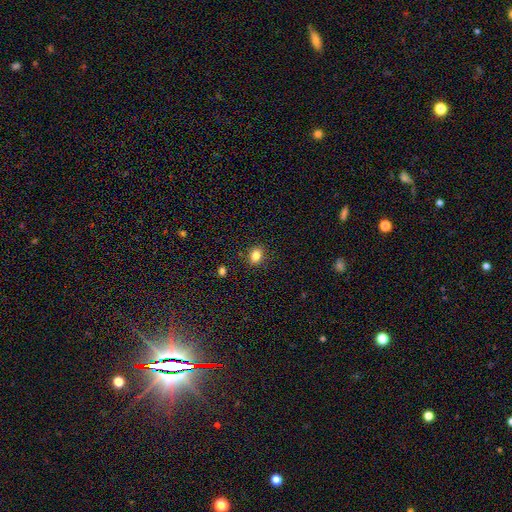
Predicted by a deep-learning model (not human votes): smooth-or-featured: smooth: 82% | star or artifact: 11% | featured or disk: 6%
  how-rounded: in between: 61% | round: 38% | cigar-shaped: 1%
  merging: none: 85% | minor disturbance: 10% | major disturbance: 2% | merger: 2%